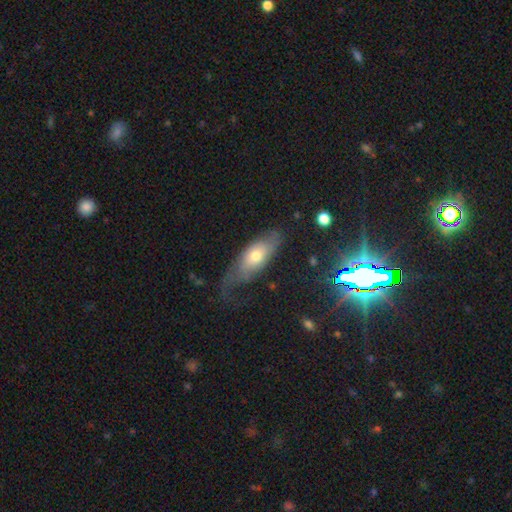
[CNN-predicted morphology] This appears to be a smooth galaxy with no disk features (53%) that is in between round and cigar-shaped (76%). Merging: none (41%).